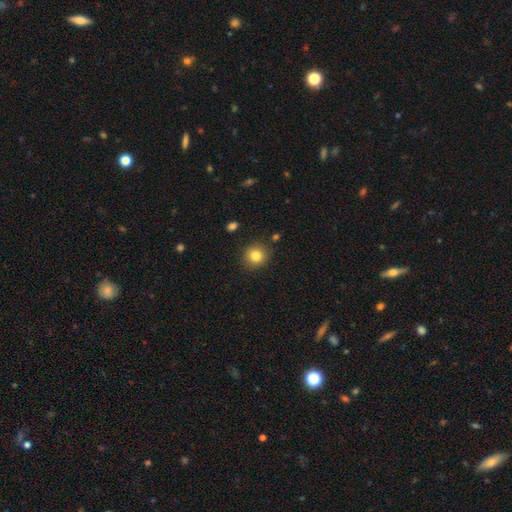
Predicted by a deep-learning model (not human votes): smooth 83%, star or artifact 10%, featured or disk 6%. Down the decision tree: how rounded — round (89%); merging — none (88%).